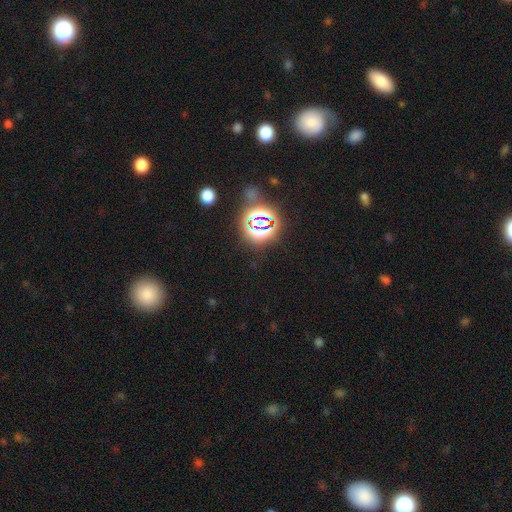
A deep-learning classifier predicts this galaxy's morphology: Smooth or featured: star or artifact — 77% (smooth — 15%)